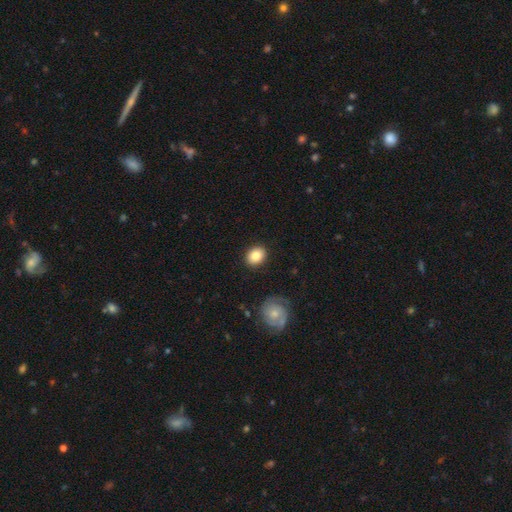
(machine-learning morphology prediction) A smooth galaxy with no disk features (84%) that is round (50%).

Vote fractions:
- Smooth or featured? smooth: 84% / featured or disk: 8% / star or artifact: 7%
- How rounded? round: 50% / in between: 49% / cigar-shaped: 1%
- Merging? none: 88% / minor disturbance: 8% / major disturbance: 2% / merger: 2%